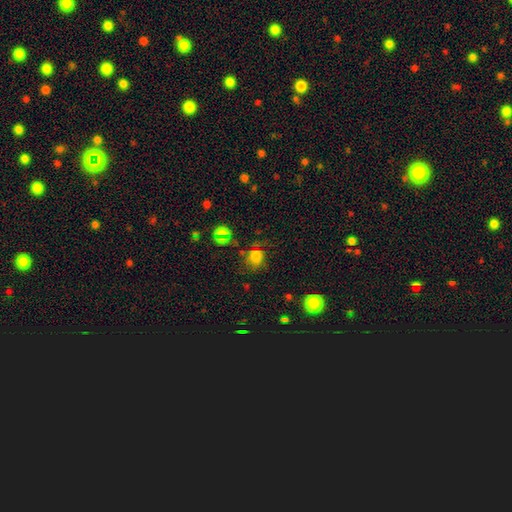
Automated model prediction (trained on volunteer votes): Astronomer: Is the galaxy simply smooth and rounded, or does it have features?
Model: smooth — 65%.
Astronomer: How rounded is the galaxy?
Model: round — 58% (runner-up: in between, 40%).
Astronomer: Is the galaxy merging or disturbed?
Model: none — 58%.